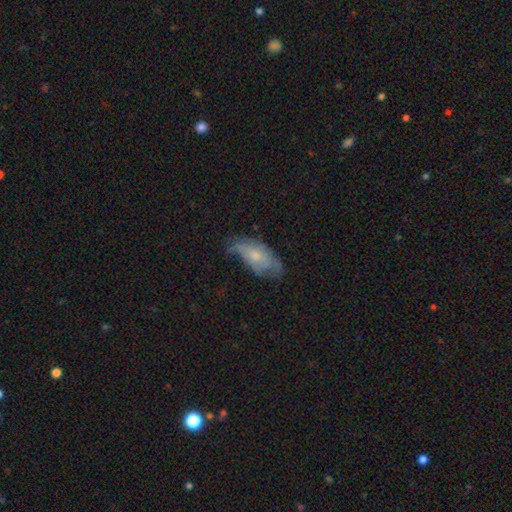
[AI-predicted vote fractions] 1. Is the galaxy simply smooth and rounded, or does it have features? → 51% smooth, 41% featured or disk, 8% star or artifact.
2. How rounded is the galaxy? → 89% in between, 8% cigar-shaped, 3% round.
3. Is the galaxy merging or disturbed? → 40% none, 37% minor disturbance, 21% major disturbance, 2% merger.